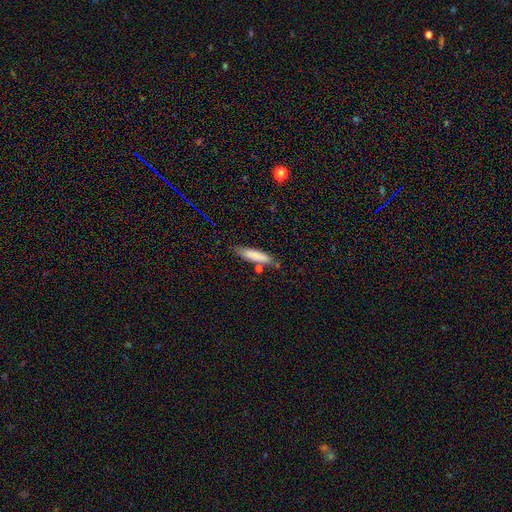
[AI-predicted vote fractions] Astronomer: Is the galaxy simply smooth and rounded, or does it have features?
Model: smooth — 80%.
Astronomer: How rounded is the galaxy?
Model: cigar-shaped — 71%.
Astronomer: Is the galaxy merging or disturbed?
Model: none — 73%.